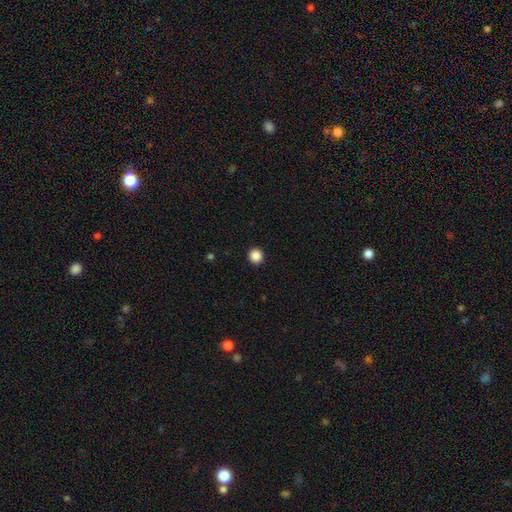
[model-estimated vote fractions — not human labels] Smooth or featured? smooth (87%)
How rounded? round (95%)
Merging? none (94%)